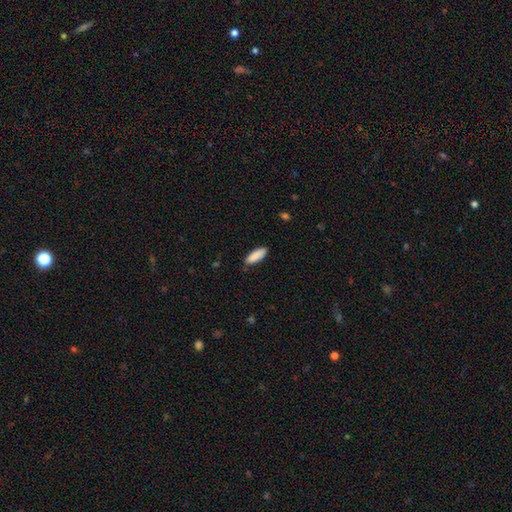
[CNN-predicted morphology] A smooth galaxy with no disk features (89%) that is in between round and cigar-shaped (63%).

Vote fractions:
- Smooth or featured? smooth: 89% / star or artifact: 6% / featured or disk: 5%
- How rounded? in between: 63% / cigar-shaped: 35% / round: 1%
- Merging? none: 84% / minor disturbance: 13% / major disturbance: 2% / merger: 1%